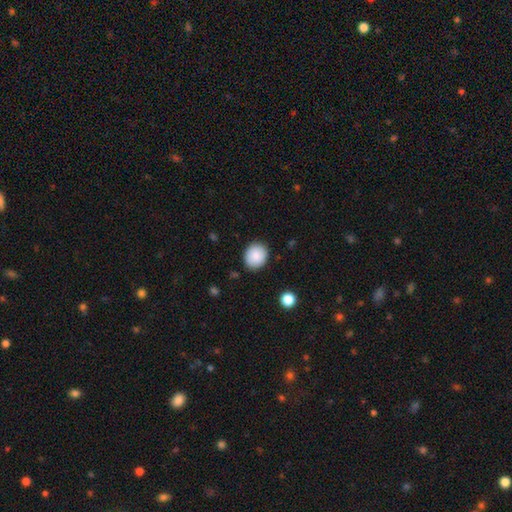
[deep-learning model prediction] This is clearly a smooth galaxy (87%). How rounded: likely round (66%). Merging: clearly none (87%).